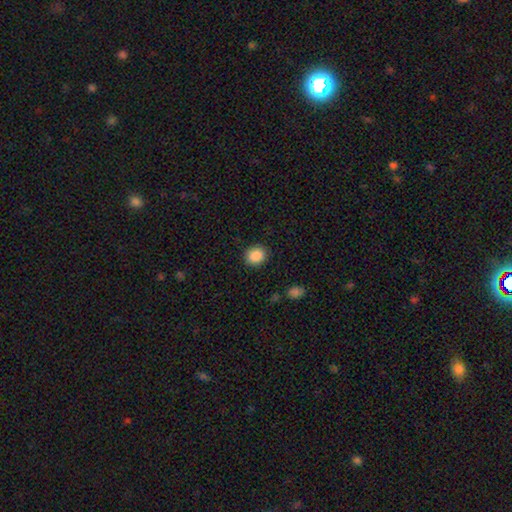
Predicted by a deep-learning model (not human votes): smooth_or_featured: smooth (p=0.88) [alt: star or artifact p=0.09]
how_rounded: round (p=0.73) [alt: in between p=0.26]
merging: none (p=0.89) [alt: minor disturbance p=0.07]